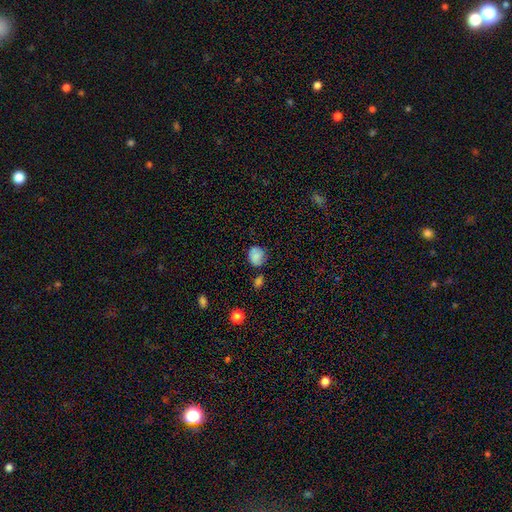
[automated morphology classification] smooth-or-featured: smooth: 80% | star or artifact: 10% | featured or disk: 10%
  how-rounded: round: 69% | in between: 30% | cigar-shaped: 1%
  merging: none: 64% | minor disturbance: 24% | merger: 7% | major disturbance: 5%